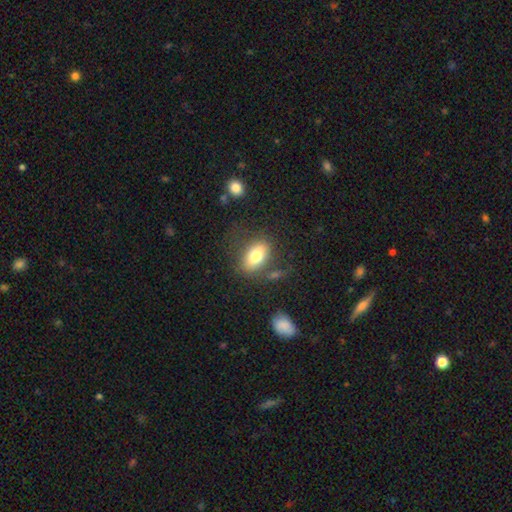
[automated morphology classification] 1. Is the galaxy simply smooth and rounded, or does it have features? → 76% smooth, 17% featured or disk, 8% star or artifact.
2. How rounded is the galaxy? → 86% in between, 11% round, 3% cigar-shaped.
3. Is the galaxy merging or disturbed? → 69% none, 16% minor disturbance, 9% major disturbance, 6% merger.